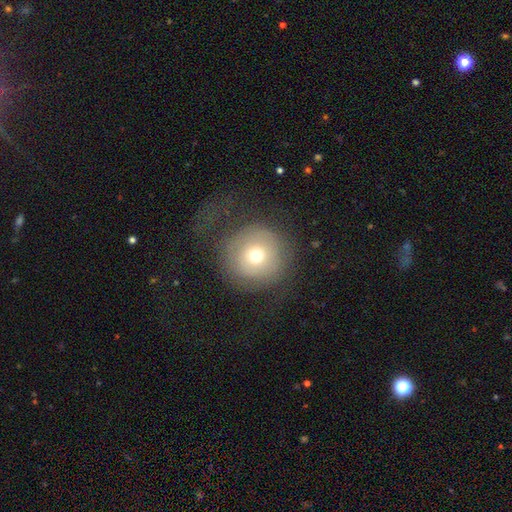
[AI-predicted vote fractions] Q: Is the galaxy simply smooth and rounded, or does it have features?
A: smooth — 64%.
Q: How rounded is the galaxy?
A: round — 95%.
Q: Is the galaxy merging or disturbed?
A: none — 63%.